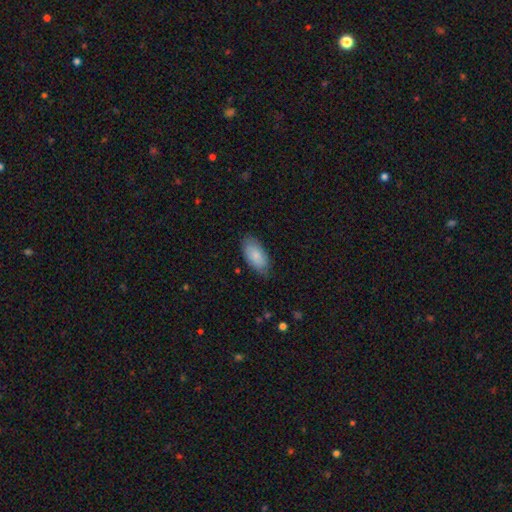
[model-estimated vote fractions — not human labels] smooth-or-featured: smooth: 81% | featured or disk: 13% | star or artifact: 6%
  how-rounded: in between: 93% | cigar-shaped: 4% | round: 2%
  merging: none: 79% | minor disturbance: 17% | major disturbance: 3% | merger: 1%